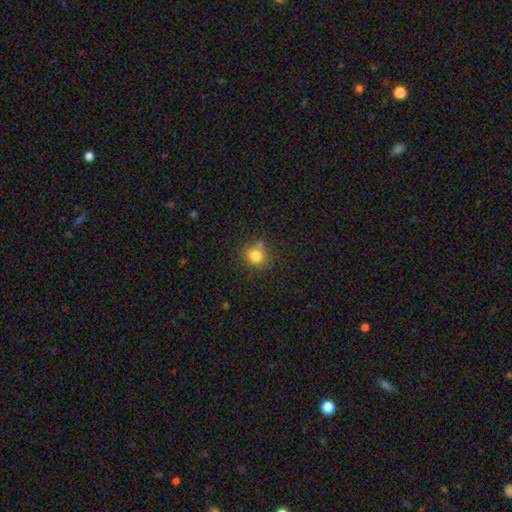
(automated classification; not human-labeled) Morphology: type=smooth (80%); roundness=round (83%); merging=none (70%).